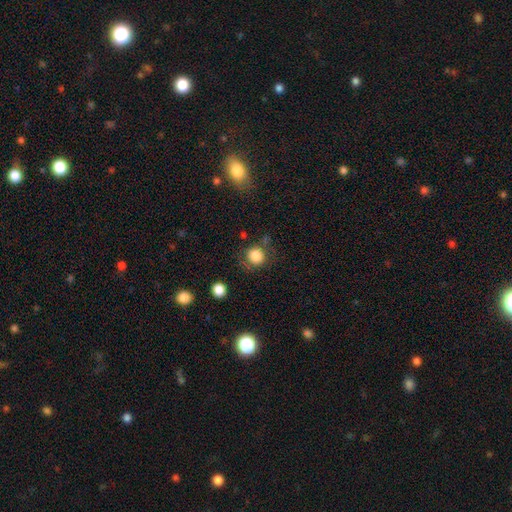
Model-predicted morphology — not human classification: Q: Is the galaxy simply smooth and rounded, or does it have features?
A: smooth — 84%.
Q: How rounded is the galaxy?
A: round — 87%.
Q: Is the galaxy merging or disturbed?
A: none — 73%.